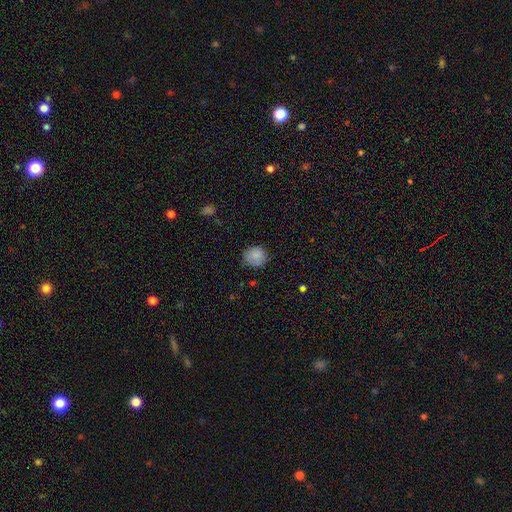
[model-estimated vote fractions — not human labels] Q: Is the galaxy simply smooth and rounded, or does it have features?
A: smooth — 85%.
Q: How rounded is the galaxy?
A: round — 85%.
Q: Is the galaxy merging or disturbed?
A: none — 74%.